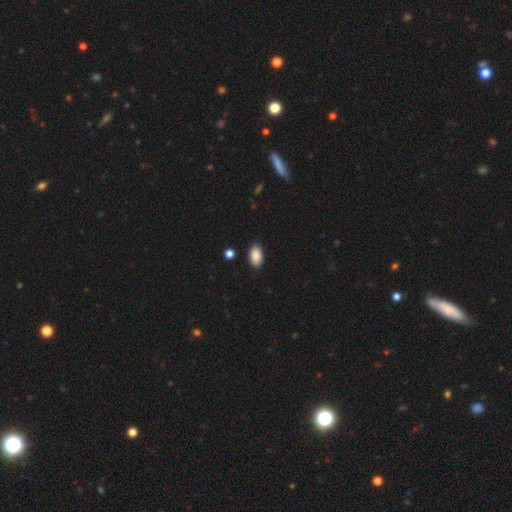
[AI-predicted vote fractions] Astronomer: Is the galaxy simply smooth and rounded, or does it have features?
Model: smooth — 89%.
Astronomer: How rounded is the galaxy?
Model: in between — 94%.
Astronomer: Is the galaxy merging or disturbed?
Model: none — 87%.